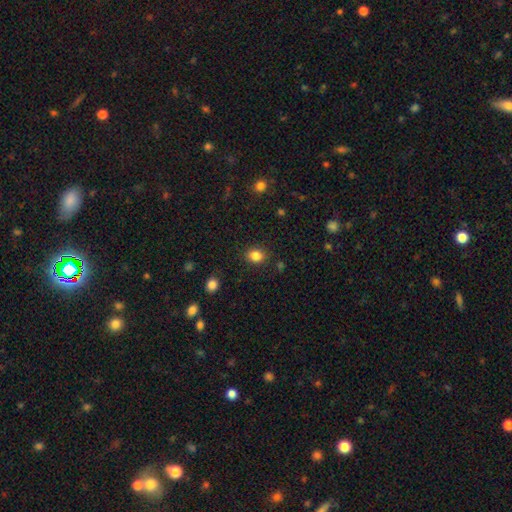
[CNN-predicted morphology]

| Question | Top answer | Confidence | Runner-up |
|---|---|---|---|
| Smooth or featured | smooth | 85% | star or artifact (11%) |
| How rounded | in between | 51% | round (48%) |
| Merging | none | 87% | minor disturbance (9%) |